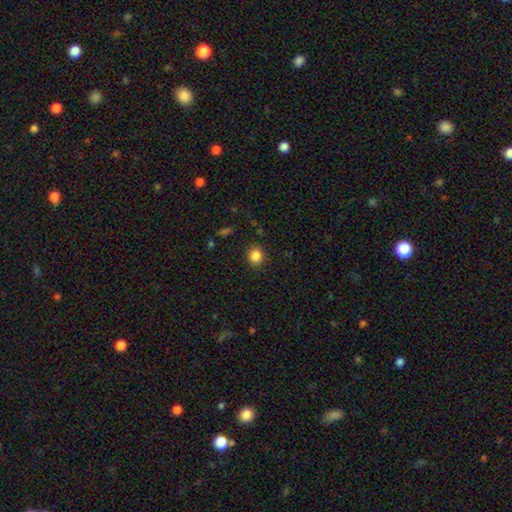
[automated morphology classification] smooth-or-featured: smooth: 85% | star or artifact: 11% | featured or disk: 4%
  how-rounded: round: 74% | in between: 25% | cigar-shaped: 1%
  merging: none: 89% | minor disturbance: 7% | major disturbance: 2% | merger: 1%